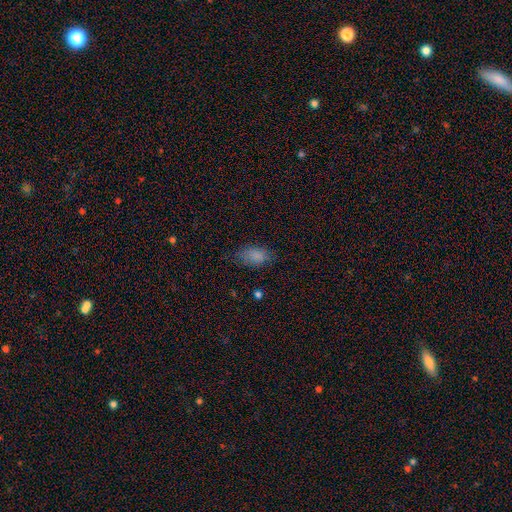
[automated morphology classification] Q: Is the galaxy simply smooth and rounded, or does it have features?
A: smooth — 82%.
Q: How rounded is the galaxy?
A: in between — 91%.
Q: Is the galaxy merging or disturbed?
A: none — 69%.